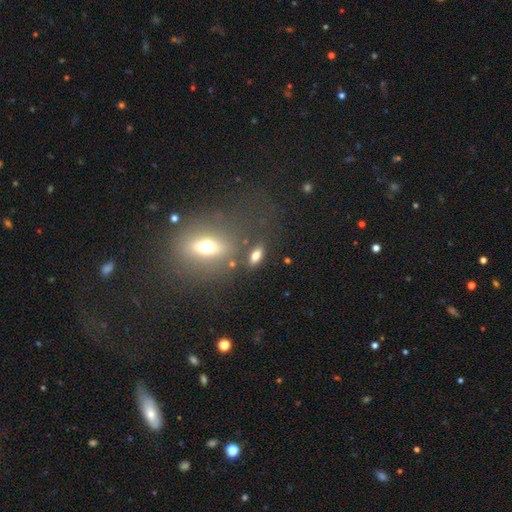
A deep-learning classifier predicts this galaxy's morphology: Q: Smooth or featured?
A: smooth (70%); runner-up: featured or disk (17%)
Q: How rounded?
A: in between (79%); runner-up: cigar-shaped (13%)
Q: Merging?
A: none (76%); runner-up: minor disturbance (11%)